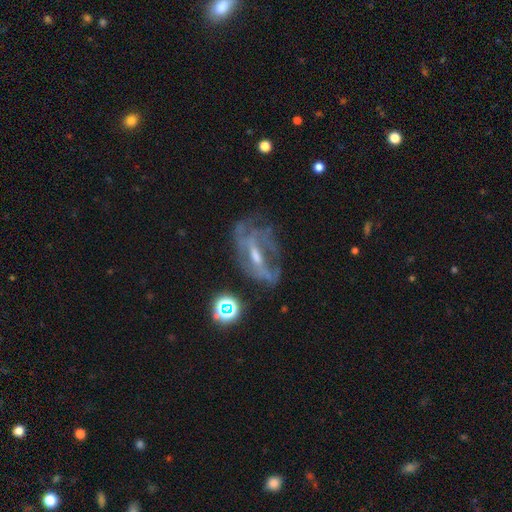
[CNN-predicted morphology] smooth_or_featured: featured or disk (p=0.71) [alt: star or artifact p=0.14]
disk_edge_on: no (p=0.87) [alt: yes p=0.13]
bar: weak (p=0.38) [alt: strong p=0.32]
has_spiral_arms: yes (p=0.61) [alt: no p=0.39]
bulge_size: small (p=0.48) [alt: moderate p=0.38]
merging: none (p=0.48) [alt: major disturbance p=0.27]